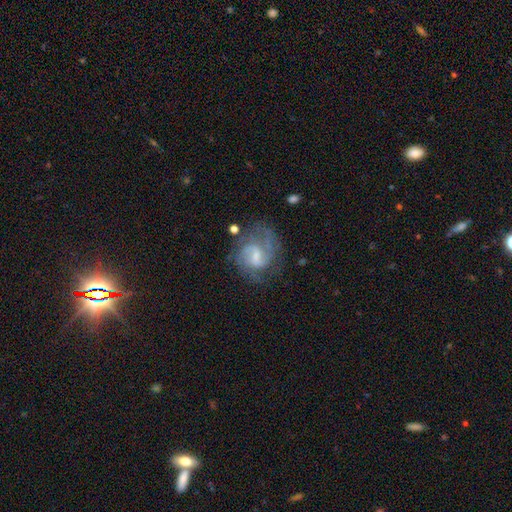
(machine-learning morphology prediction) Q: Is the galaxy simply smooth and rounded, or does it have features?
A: featured or disk — 80%.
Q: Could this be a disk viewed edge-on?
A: no — 98%.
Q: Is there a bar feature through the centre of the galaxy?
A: weak — 61%.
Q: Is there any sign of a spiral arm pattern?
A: yes — 92%.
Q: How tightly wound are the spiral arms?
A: medium — 50%.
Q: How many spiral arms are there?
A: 2 — 60%.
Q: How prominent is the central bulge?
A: small — 48%.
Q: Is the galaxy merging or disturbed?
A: none — 57%.